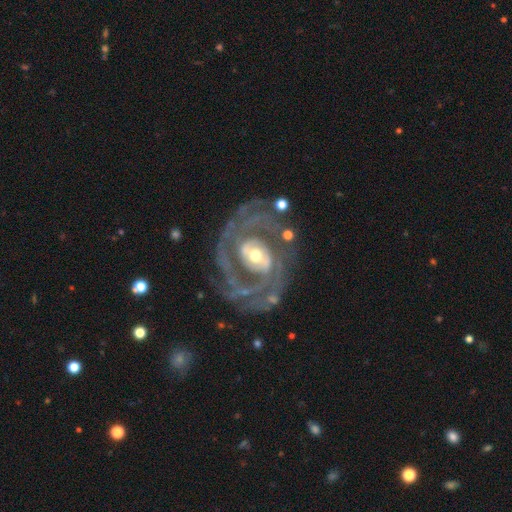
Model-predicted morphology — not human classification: This is clearly a featured or disk galaxy (90%). It is clearly not viewed edge-on (97%). Bar: marginally no (45%). Spiral arm pattern: clearly yes (95%). Spiral arm count: possibly 2 (48%). Spiral winding: possibly tight (52%). Central bulge: likely moderate (61%). Merging: likely none (66%).